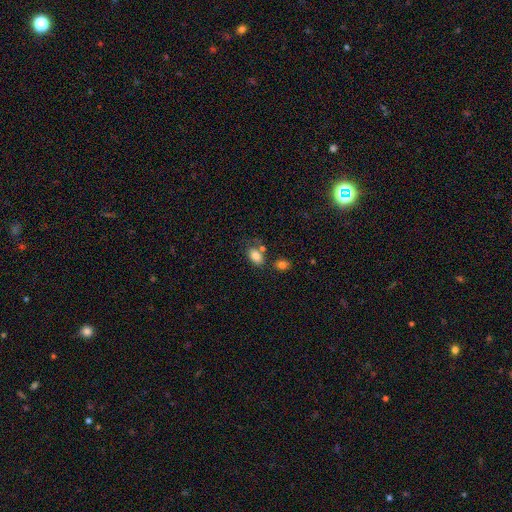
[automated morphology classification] The model was most divided on "merging": none: 53%, merger: 20%, minor disturbance: 18%, major disturbance: 9%. More confident: how rounded — in between (89%); smooth or featured — smooth (82%).